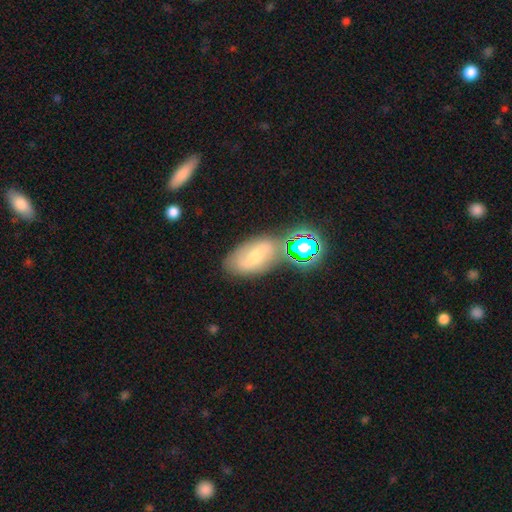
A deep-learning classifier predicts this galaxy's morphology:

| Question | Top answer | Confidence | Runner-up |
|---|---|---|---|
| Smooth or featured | featured or disk | 48% | smooth (36%) |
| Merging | none | 70% | minor disturbance (16%) |